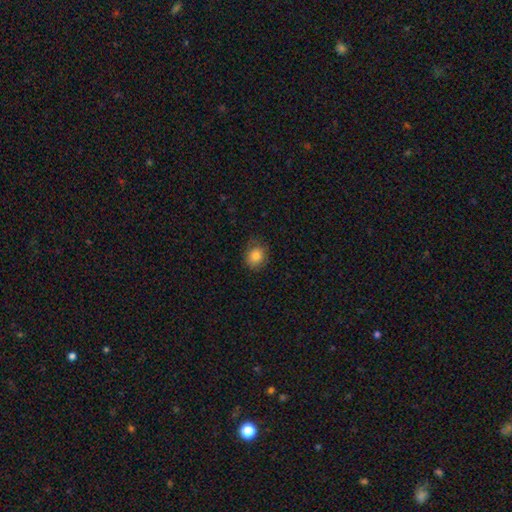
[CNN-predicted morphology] Q: Smooth or featured?
A: smooth (81%); runner-up: featured or disk (9%)
Q: How rounded?
A: round (71%); runner-up: in between (28%)
Q: Merging?
A: none (75%); runner-up: minor disturbance (19%)